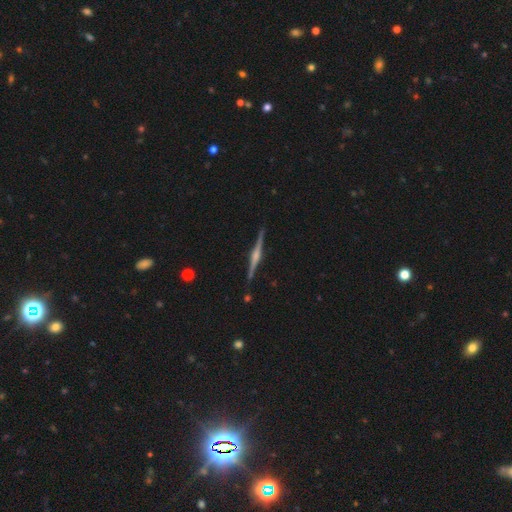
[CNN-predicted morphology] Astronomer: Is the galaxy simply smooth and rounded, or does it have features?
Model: featured or disk — 84%.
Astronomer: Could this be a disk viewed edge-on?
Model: yes — 99%.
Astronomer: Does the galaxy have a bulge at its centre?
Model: rounded — 76%.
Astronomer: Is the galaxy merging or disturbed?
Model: none — 91%.